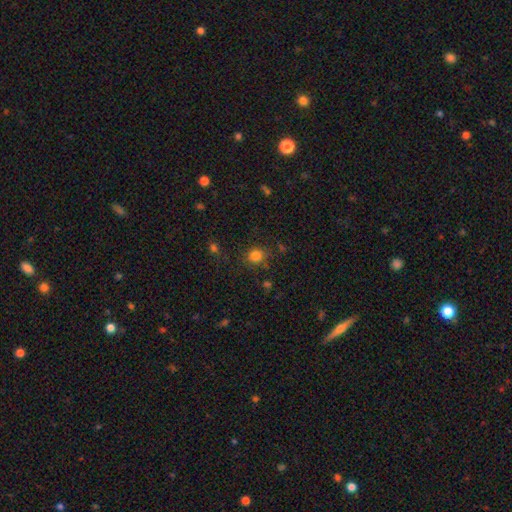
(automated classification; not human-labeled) Overall: smooth (81%). How rounded: round (87%). Merging: none (80%).